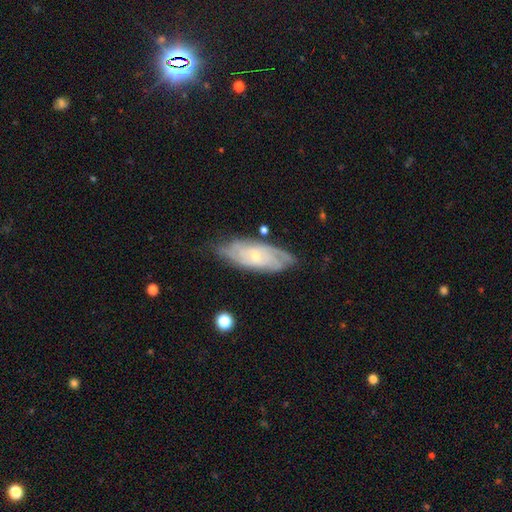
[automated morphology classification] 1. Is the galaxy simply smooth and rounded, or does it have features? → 75% featured or disk, 19% smooth, 6% star or artifact.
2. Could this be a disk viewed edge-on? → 88% no, 12% yes.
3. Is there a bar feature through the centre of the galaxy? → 63% no, 31% weak, 6% strong.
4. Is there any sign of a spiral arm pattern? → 90% yes, 10% no.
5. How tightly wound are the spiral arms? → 66% tight, 27% medium, 6% loose.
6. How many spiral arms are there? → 49% can't tell, 22% 2, 13% 3, 8% 4, 4% more than 4, 4% 1.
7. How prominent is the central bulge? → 70% small, 26% moderate, 2% none, 1% large, 1% dominant.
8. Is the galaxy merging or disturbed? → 72% none, 21% minor disturbance, 5% major disturbance, 2% merger.